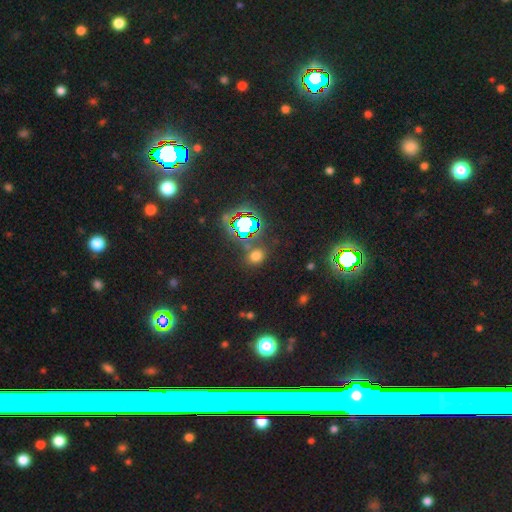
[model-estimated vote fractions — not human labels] smooth 57%, star or artifact 36%, featured or disk 7%. Down the decision tree: how rounded — round (67%); merging — none (80%).